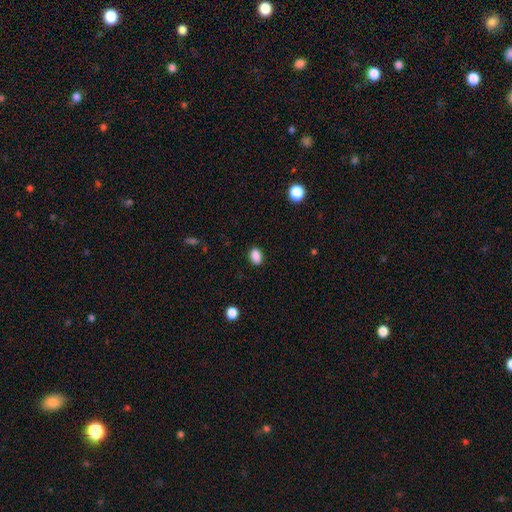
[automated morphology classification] This is clearly a smooth galaxy (88%). How rounded: clearly in between (83%). Merging: clearly none (87%).